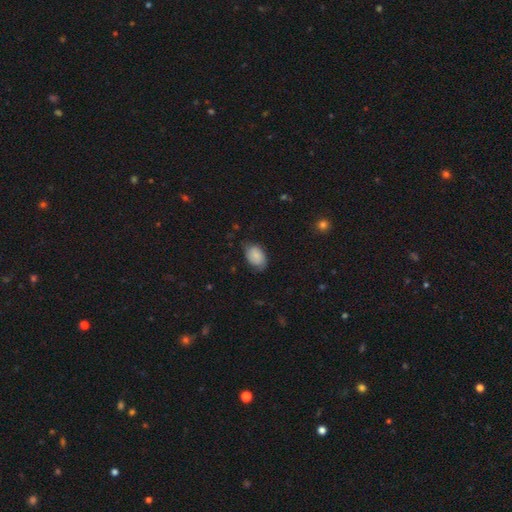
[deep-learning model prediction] Smooth or featured?
  - smooth: 75% *
  - featured or disk: 17%
  - star or artifact: 8%
How rounded?
  - in between: 87% *
  - round: 12%
  - cigar-shaped: 1%
Merging?
  - none: 65% *
  - minor disturbance: 27%
  - major disturbance: 7%
  - merger: 1%